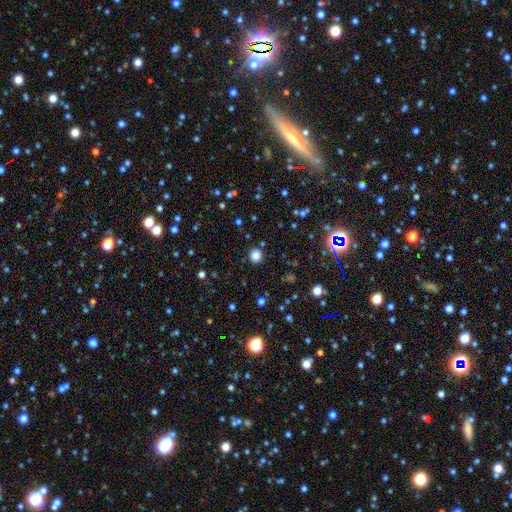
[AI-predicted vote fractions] Morphology: type=smooth (82%); roundness=round (93%); merging=none (91%).